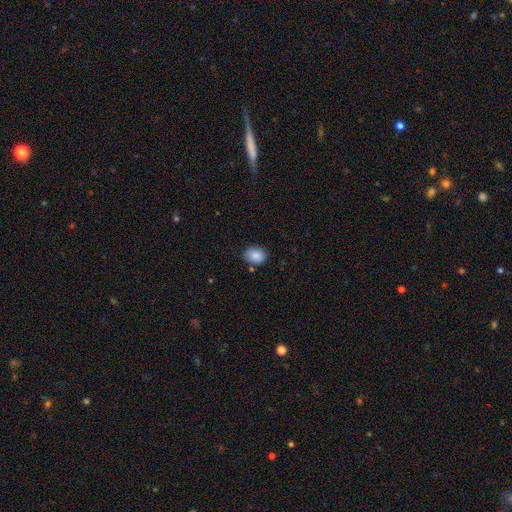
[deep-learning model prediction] A smooth galaxy with no disk features (88%) that is in between round and cigar-shaped (68%).

Vote fractions:
- Smooth or featured? smooth: 88% / star or artifact: 8% / featured or disk: 5%
- How rounded? in between: 68% / round: 31% / cigar-shaped: 1%
- Merging? none: 80% / minor disturbance: 14% / merger: 3% / major disturbance: 3%